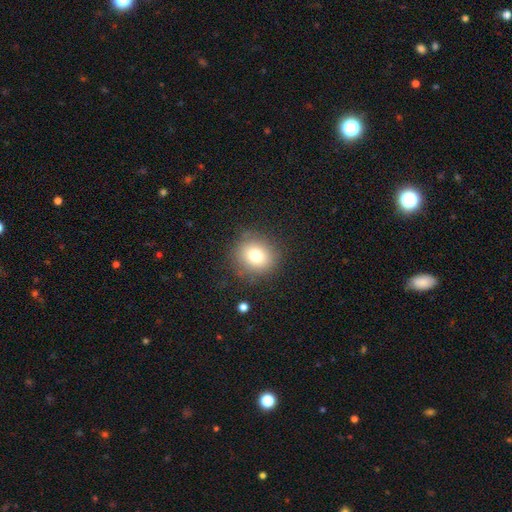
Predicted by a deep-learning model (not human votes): Morphology: type=smooth (76%); roundness=round (85%); merging=none (84%).